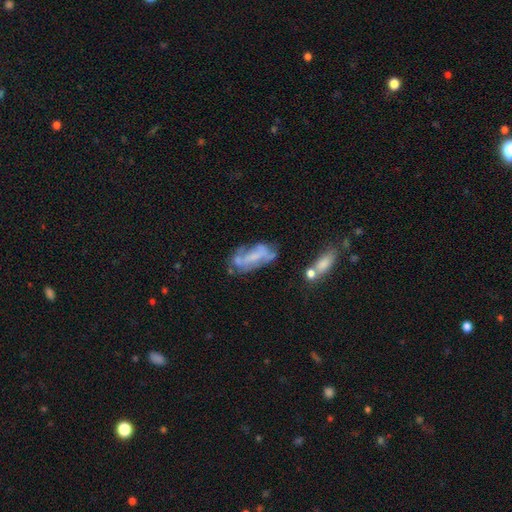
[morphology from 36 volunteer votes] smooth-or-featured: featured or disk: 61% | smooth: 39% | star or artifact: 0%
  disk-edge-on: no: 100% | yes: 0%
    bar: no: 68% | weak: 18% | strong: 14%
    has-spiral-arms: yes: 55% | no: 45%
      spiral-winding: medium: 58% | tight: 33% | loose: 8%
      spiral-arm-count: can't tell: 50% | 2: 42% | 1: 8% | 3: 0% | 4: 0% | more than 4: 0%
    bulge-size: none: 36% | small: 32% | moderate: 23% | dominant: 5% | large: 5%
  merging: none: 50% | major disturbance: 22% | minor disturbance: 19% | merger: 8%